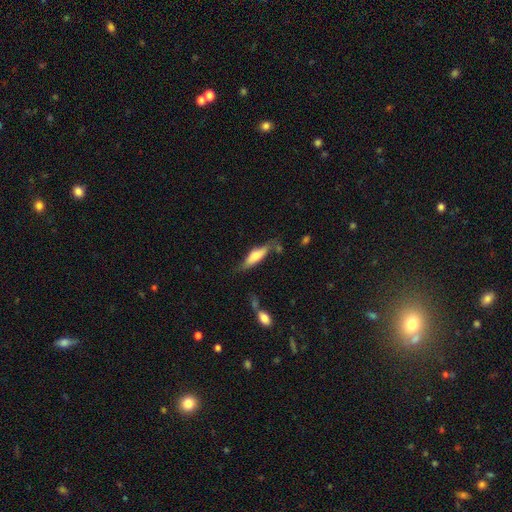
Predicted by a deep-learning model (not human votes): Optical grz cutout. It shows a smooth galaxy with no disk features (64%) that is cigar-shaped (55%). Merging: none (59%).